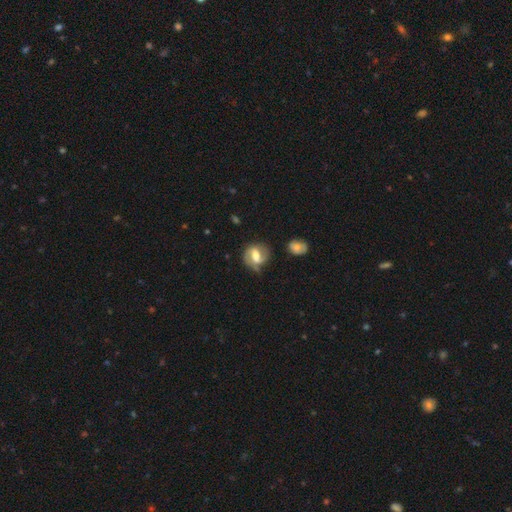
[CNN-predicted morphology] type=featured or disk (68%); edge-on=no (96%); bar=weak (48%); spiral arms=yes (87%); winding=medium (46%); arm count=2 (80%); bulge=moderate (55%); merging=none (62%).